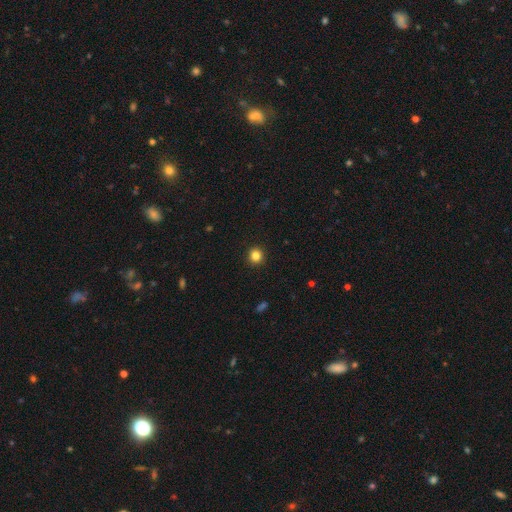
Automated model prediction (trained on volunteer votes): smooth-or-featured: smooth: 84% | star or artifact: 12% | featured or disk: 4%
  how-rounded: round: 93% | in between: 6% | cigar-shaped: 1%
  merging: none: 93% | minor disturbance: 4% | major disturbance: 2% | merger: 1%